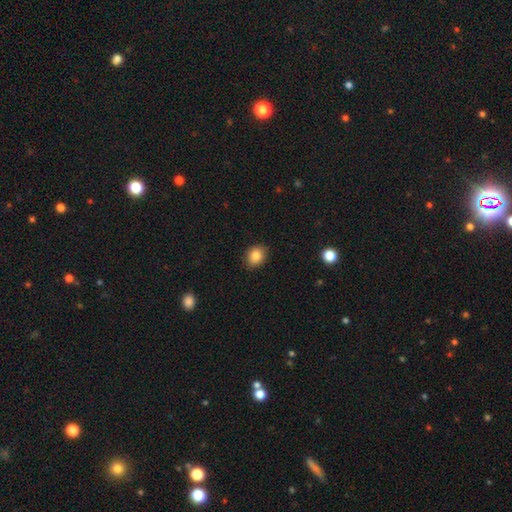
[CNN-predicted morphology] smooth_or_featured: smooth (p=0.84) [alt: star or artifact p=0.09]
how_rounded: round (p=0.50) [alt: in between p=0.49]
merging: none (p=0.87) [alt: minor disturbance p=0.10]